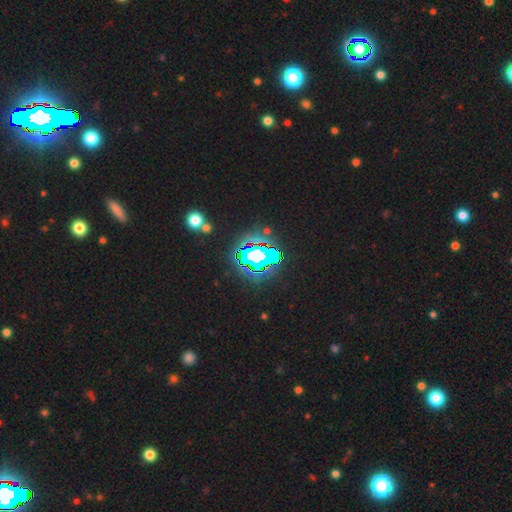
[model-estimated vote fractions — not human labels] Q: Smooth or featured?
A: star or artifact (70%); runner-up: featured or disk (16%)